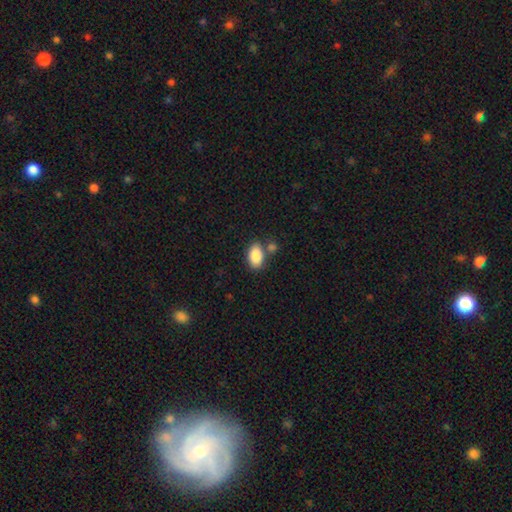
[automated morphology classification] Smooth or featured?
  - smooth: 87% *
  - star or artifact: 7%
  - featured or disk: 6%
How rounded?
  - in between: 90% *
  - round: 8%
  - cigar-shaped: 2%
Merging?
  - none: 67% *
  - merger: 17%
  - minor disturbance: 13%
  - major disturbance: 4%